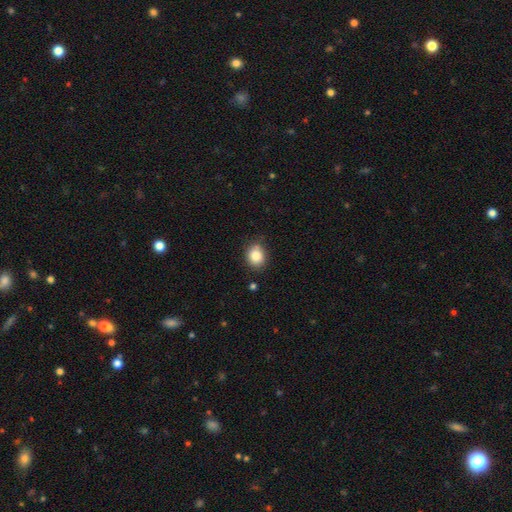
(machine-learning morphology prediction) smooth-or-featured: smooth: 85% | star or artifact: 9% | featured or disk: 6%
  how-rounded: round: 63% | in between: 37% | cigar-shaped: 1%
  merging: none: 79% | minor disturbance: 16% | major disturbance: 3% | merger: 2%